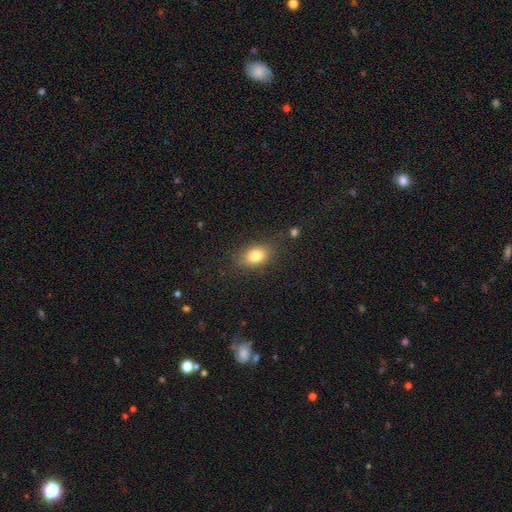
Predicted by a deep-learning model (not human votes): Smooth or featured?
  - smooth: 80% *
  - featured or disk: 10%
  - star or artifact: 10%
How rounded?
  - in between: 80% *
  - round: 18%
  - cigar-shaped: 2%
Merging?
  - none: 81% *
  - minor disturbance: 13%
  - major disturbance: 4%
  - merger: 2%